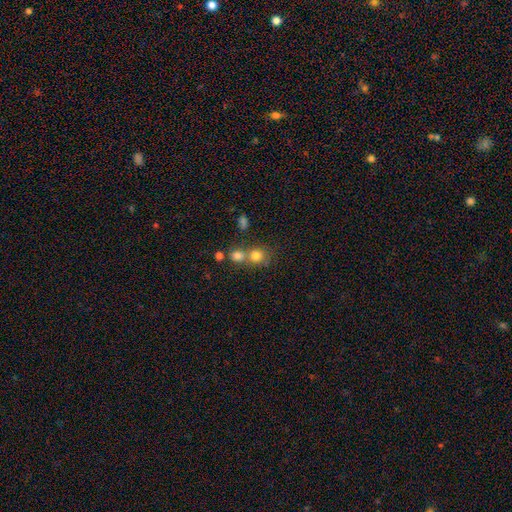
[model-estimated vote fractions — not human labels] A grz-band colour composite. It shows a smooth galaxy with no disk features (78%) that is round (80%). Merging: none (44%, tied with merger).